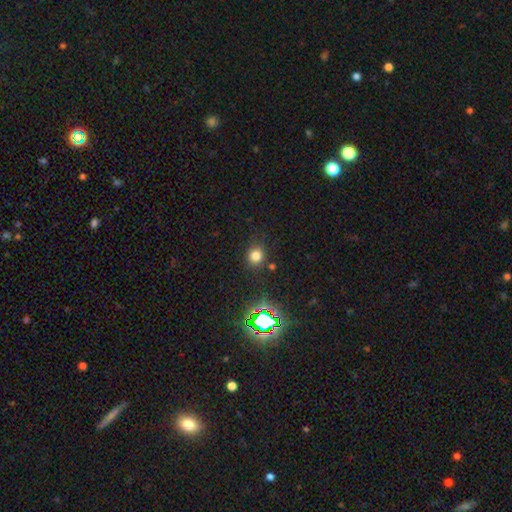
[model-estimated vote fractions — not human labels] smooth_or_featured: smooth (p=0.75) [alt: star or artifact p=0.19]
how_rounded: round (p=0.86) [alt: in between p=0.13]
merging: none (p=0.82) [alt: minor disturbance p=0.10]